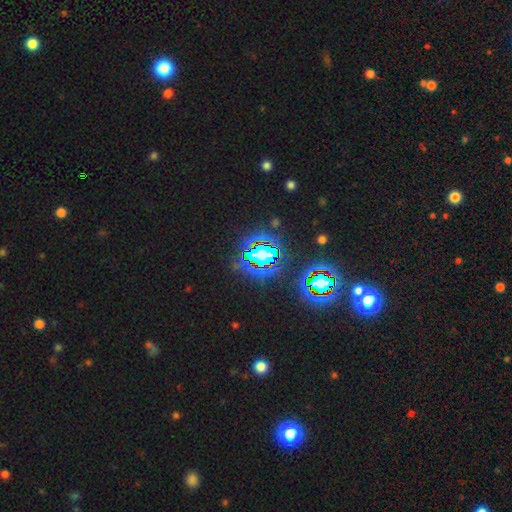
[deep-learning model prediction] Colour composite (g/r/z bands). It shows a star or artifact, not a galaxy (81%).